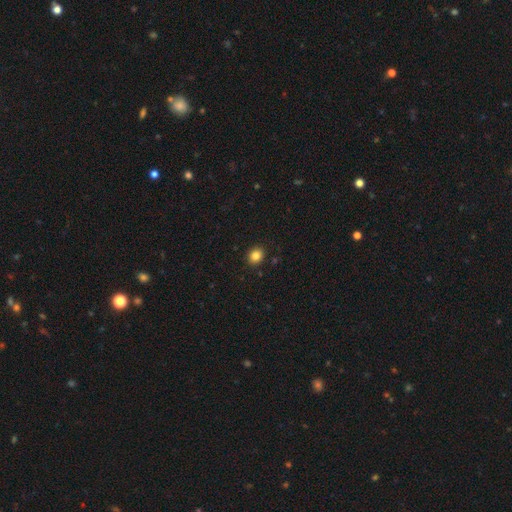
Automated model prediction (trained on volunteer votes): Smooth or featured?
  - smooth: 84% *
  - star or artifact: 11%
  - featured or disk: 5%
How rounded?
  - round: 67% *
  - in between: 33%
  - cigar-shaped: 1%
Merging?
  - none: 90% *
  - minor disturbance: 7%
  - major disturbance: 2%
  - merger: 1%